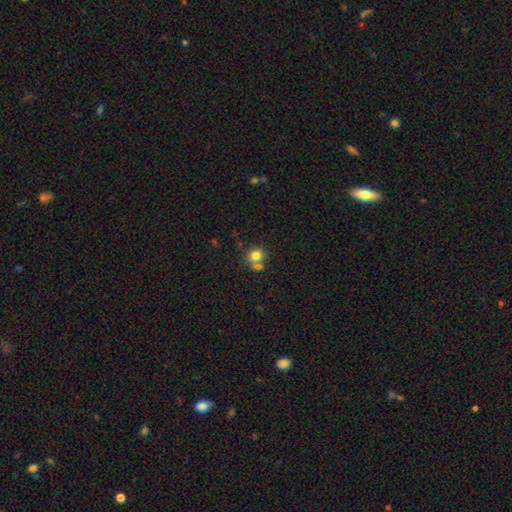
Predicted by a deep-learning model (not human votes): This is likely a smooth galaxy (79%). How rounded: likely round (78%). Merging: possibly none (55%).